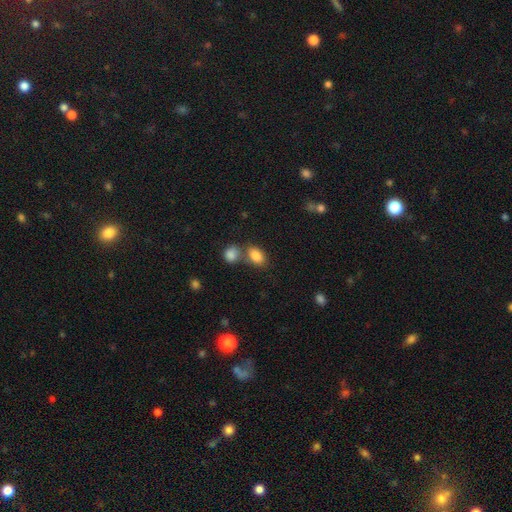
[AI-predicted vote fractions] Morphology: type=smooth (85%); roundness=in between (86%); merging=none (49%).